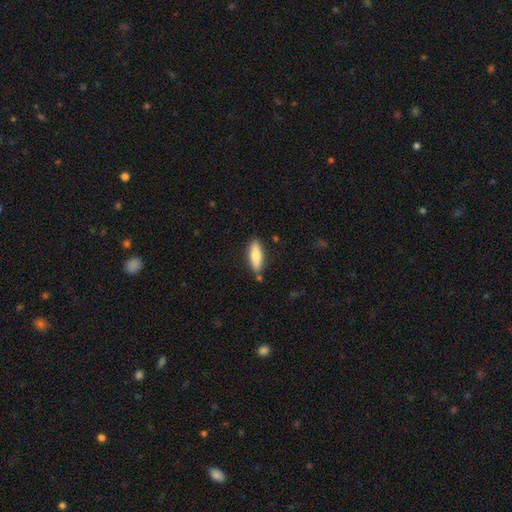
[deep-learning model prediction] This appears to be a smooth galaxy with no disk features (79%) that is in between round and cigar-shaped (53%). Merging: none (83%).